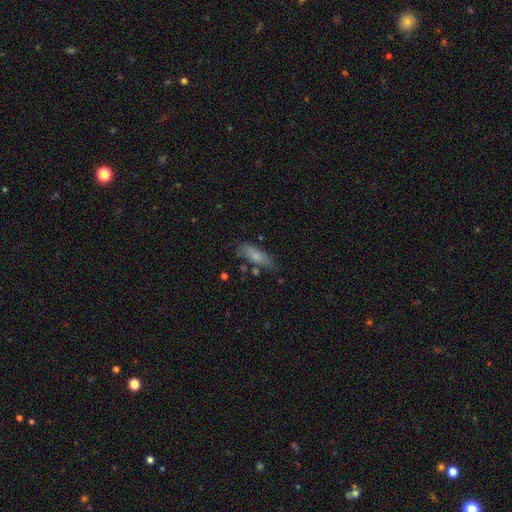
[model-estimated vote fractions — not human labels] Overall: smooth (73%). How rounded: in between (50%; cigar-shaped 48%). Merging: none (67%).